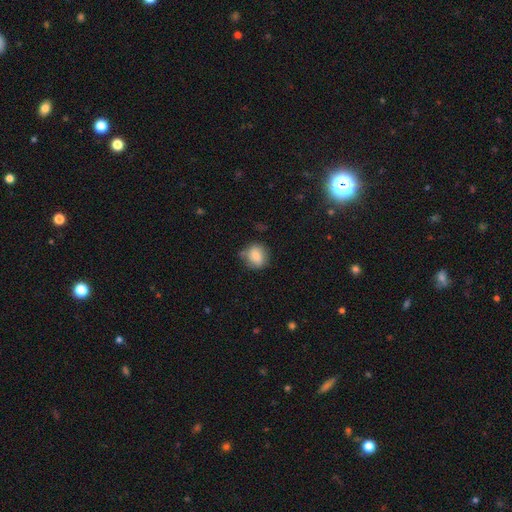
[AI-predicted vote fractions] Smooth or featured: smooth — 79% (featured or disk — 13%)
How rounded: round — 75% (in between — 24%)
Merging: none — 70% (minor disturbance — 21%)